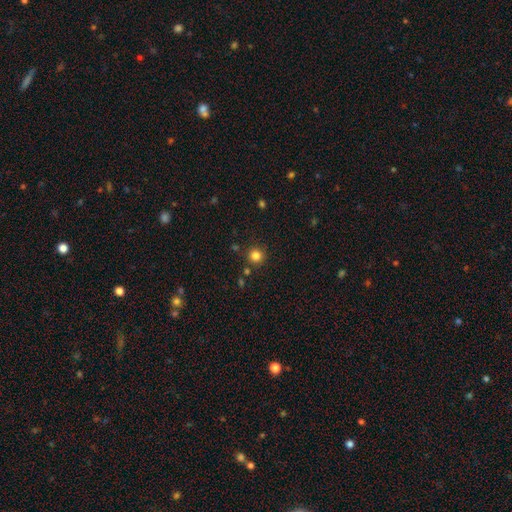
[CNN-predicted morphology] Q: Smooth or featured?
A: smooth (82%); runner-up: star or artifact (13%)
Q: How rounded?
A: round (94%); runner-up: in between (5%)
Q: Merging?
A: none (87%); runner-up: minor disturbance (6%)